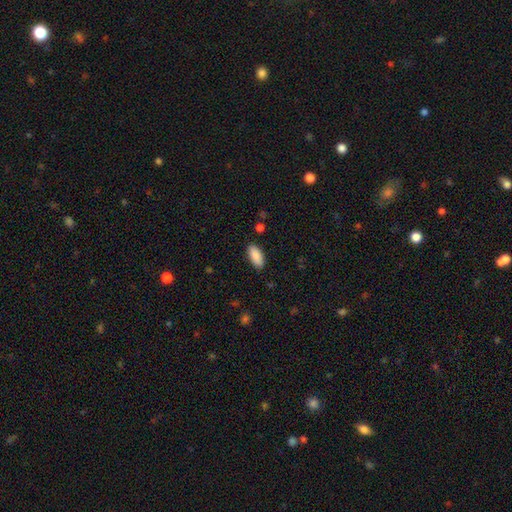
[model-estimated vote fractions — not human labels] smooth 90%, star or artifact 6%, featured or disk 4%. Down the decision tree: how rounded — in between (88%); merging — none (87%).